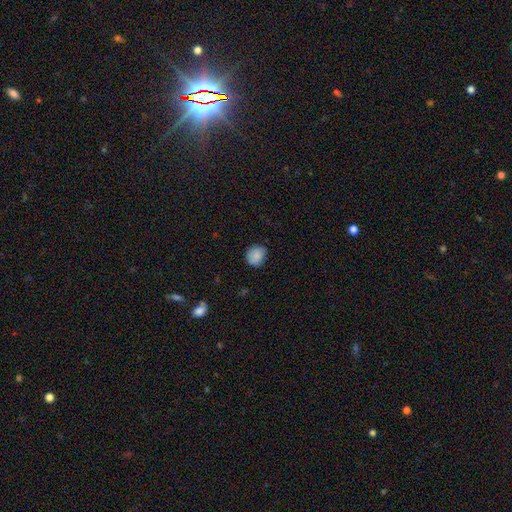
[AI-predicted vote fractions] This appears to be a smooth galaxy with no disk features (86%) that is round (75%). Merging: none (78%).